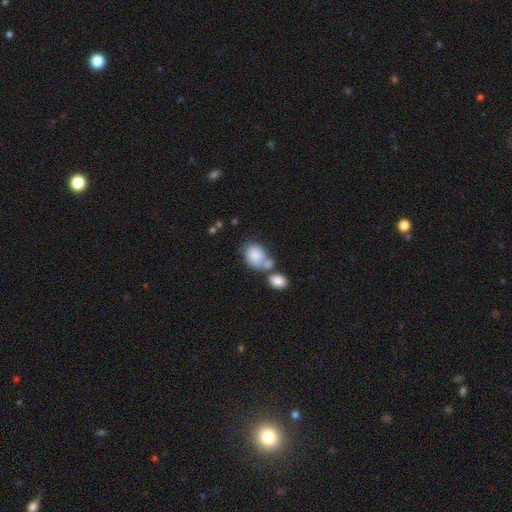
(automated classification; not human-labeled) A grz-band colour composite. It shows a smooth galaxy with no disk features (82%) that is in between round and cigar-shaped (58%). Merging: merger (45%).